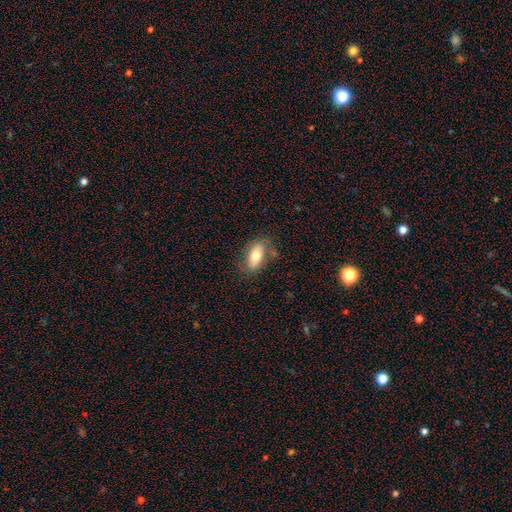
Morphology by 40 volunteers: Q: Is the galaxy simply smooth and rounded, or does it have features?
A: smooth — 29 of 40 (72%).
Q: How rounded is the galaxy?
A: in between — 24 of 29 (83%).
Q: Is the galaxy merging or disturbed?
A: none — 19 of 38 (50%).